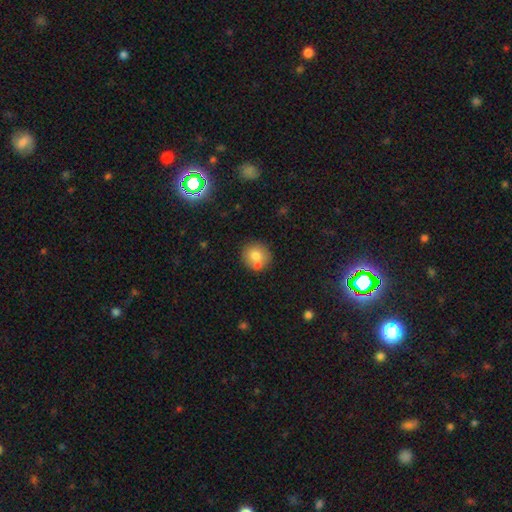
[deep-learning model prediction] This is likely a smooth galaxy (76%). How rounded: clearly round (90%). Merging: likely none (69%).